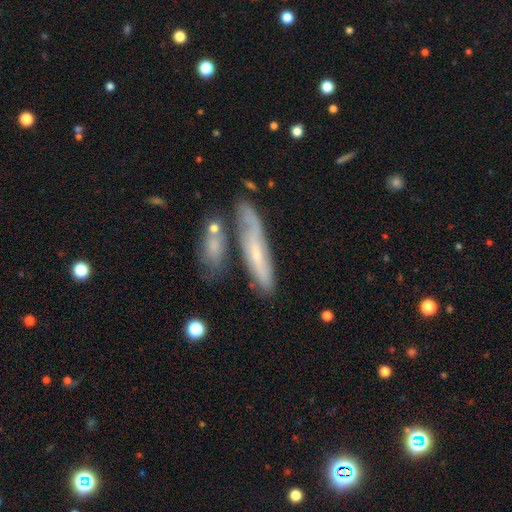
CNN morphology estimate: Overall: smooth (50%; featured or disk 44%). Merging: none (61%).